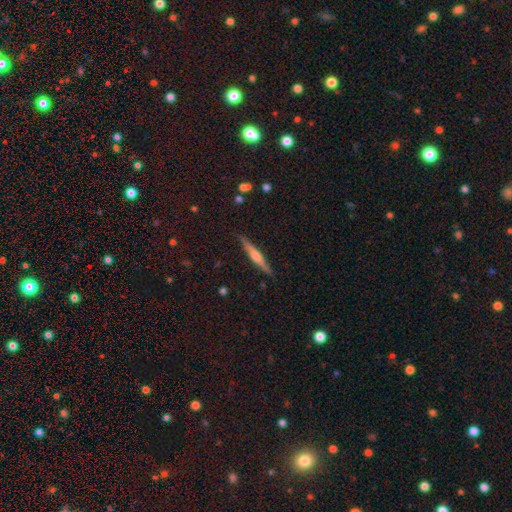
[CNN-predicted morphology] type=featured or disk (66%); edge-on=yes (98%); edge-on bulge=rounded (72%); merging=none (89%).